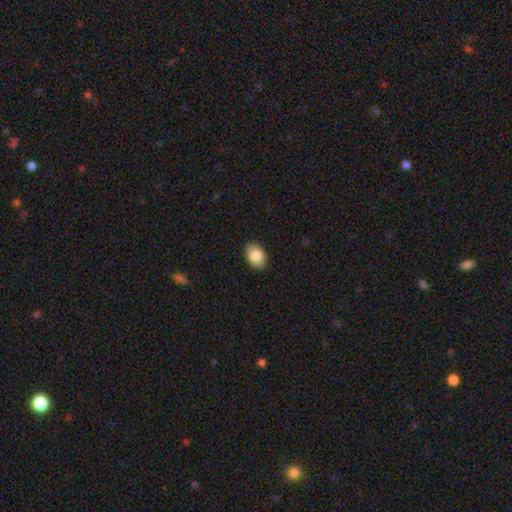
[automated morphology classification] Smooth or featured: smooth — 86% (featured or disk — 7%)
How rounded: in between — 81% (round — 18%)
Merging: none — 89% (minor disturbance — 8%)